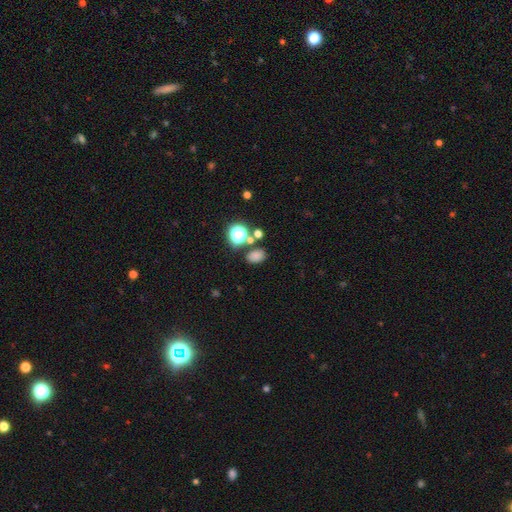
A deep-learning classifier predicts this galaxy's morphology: Smooth or featured?
  - smooth: 75% *
  - star or artifact: 20%
  - featured or disk: 6%
How rounded?
  - in between: 71% *
  - round: 28%
  - cigar-shaped: 1%
Merging?
  - none: 74% *
  - merger: 11%
  - minor disturbance: 11%
  - major disturbance: 4%